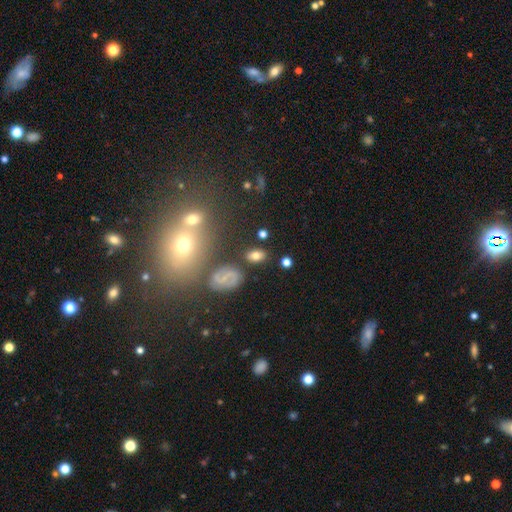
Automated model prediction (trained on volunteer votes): Smooth or featured? Predicted: smooth (p=0.68). How rounded? Predicted: in between (p=0.85). Merging? Predicted: none (p=0.77).